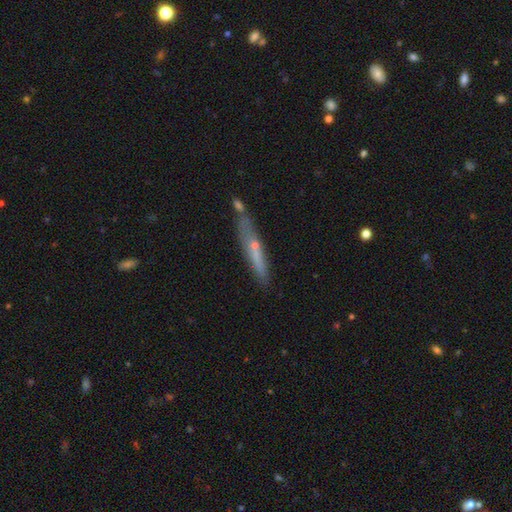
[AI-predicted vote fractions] featured or disk 49%, smooth 43%, star or artifact 8%. Down the decision tree: merging — none (70%).